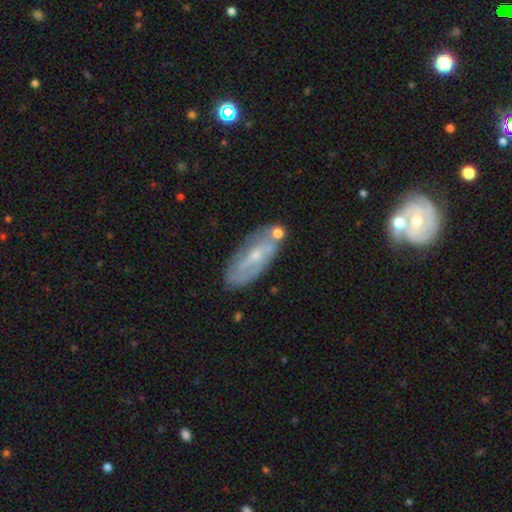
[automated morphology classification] Overall: featured or disk (62%; smooth 30%). Edge-on disk: no (83%). Bar: no (41%; weak 40%). Spiral arms: yes (59%; no 41%). Bulge size: small (68%). Merging: none (68%).